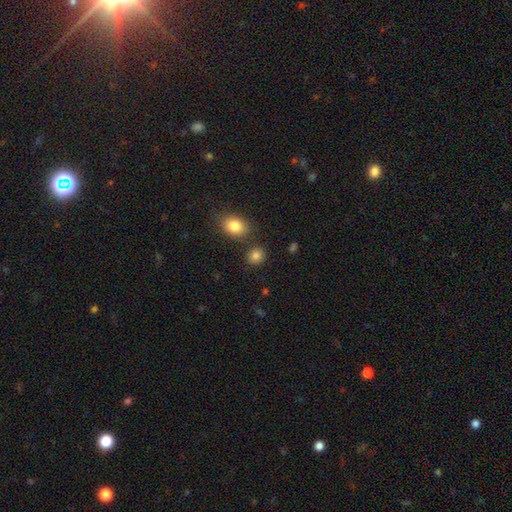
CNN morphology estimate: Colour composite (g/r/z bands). It shows a smooth galaxy with no disk features (84%) that is round (73%). Merging: none (81%).